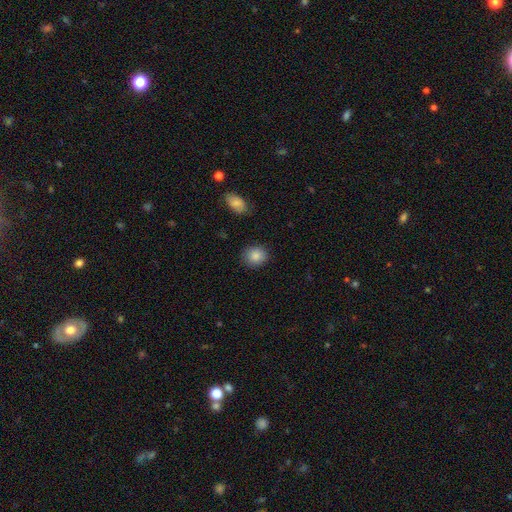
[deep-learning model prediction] A smooth galaxy with no disk features (87%) that is round (69%).

Vote fractions:
- Smooth or featured? smooth: 87% / star or artifact: 8% / featured or disk: 5%
- How rounded? round: 69% / in between: 30% / cigar-shaped: 1%
- Merging? none: 86% / minor disturbance: 10% / major disturbance: 3% / merger: 2%